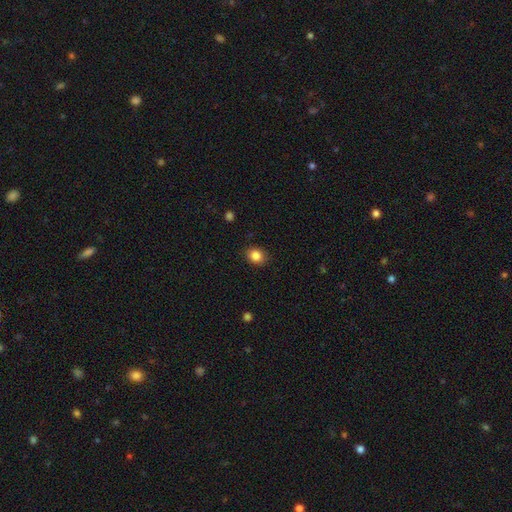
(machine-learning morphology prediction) This is clearly a smooth galaxy (85%). How rounded: likely round (61%). Merging: clearly none (88%).